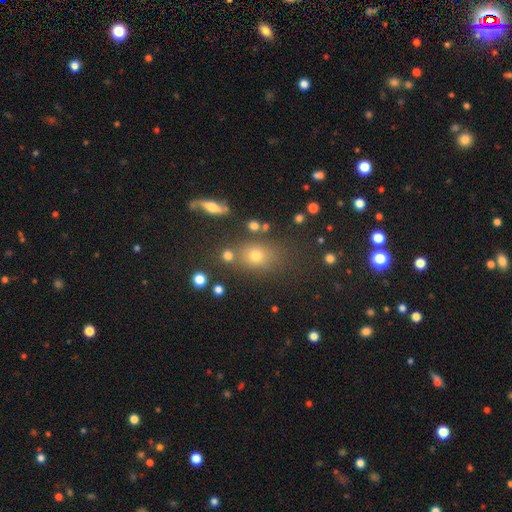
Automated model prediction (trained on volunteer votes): smooth-or-featured: smooth: 66% | star or artifact: 18% | featured or disk: 15%
  how-rounded: in between: 57% | round: 40% | cigar-shaped: 3%
  merging: none: 70% | minor disturbance: 14% | merger: 11% | major disturbance: 6%